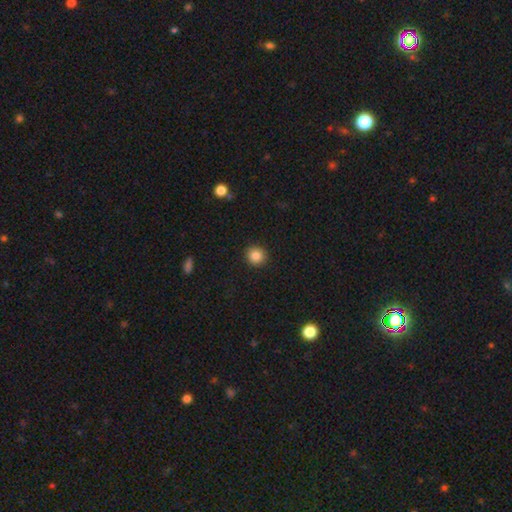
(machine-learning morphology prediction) smooth_or_featured: smooth (p=0.85) [alt: star or artifact p=0.10]
how_rounded: round (p=0.92) [alt: in between p=0.07]
merging: none (p=0.91) [alt: minor disturbance p=0.06]